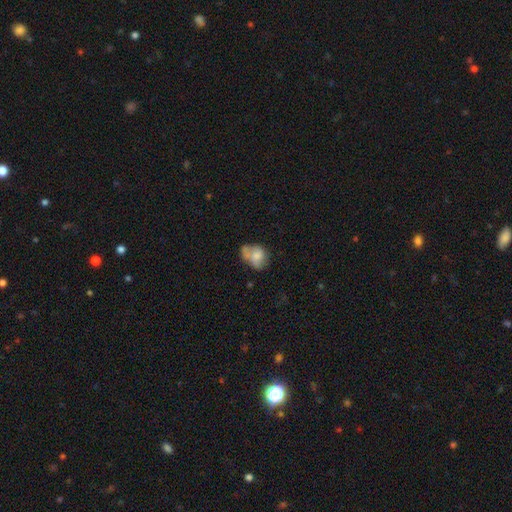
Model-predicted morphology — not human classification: smooth_or_featured: smooth (p=0.67) [alt: featured or disk p=0.24]
how_rounded: in between (p=0.65) [alt: round p=0.34]
merging: merger (p=0.29) [alt: none p=0.28]